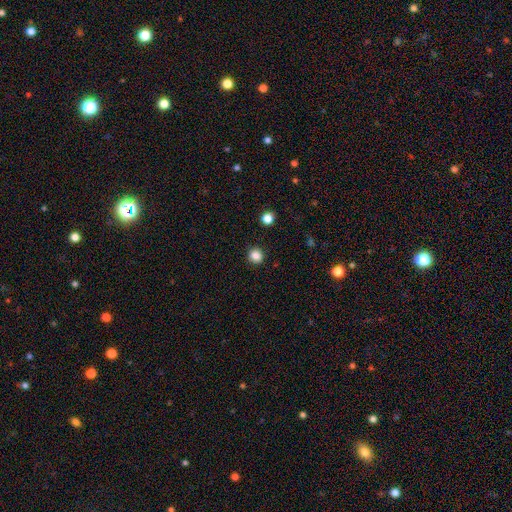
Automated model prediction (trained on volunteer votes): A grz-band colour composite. It shows a smooth galaxy with no disk features (85%) that is round (91%). Merging: none (91%).